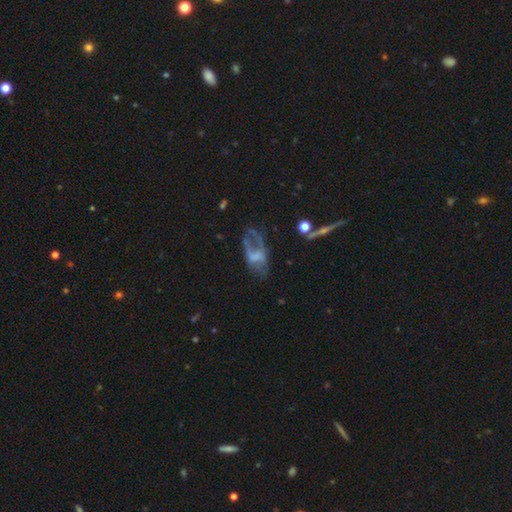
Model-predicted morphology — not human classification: Smooth or featured?
  - featured or disk: 54% *
  - smooth: 34%
  - star or artifact: 12%
Edge-on disk?
  - no: 93% *
  - yes: 7%
Bar?
  - no: 64% *
  - weak: 25%
  - strong: 10%
Spiral arms?
  - no: 67% *
  - yes: 33%
Bulge size?
  - none: 54% *
  - moderate: 18%
  - small: 16%
  - large: 9%
  - dominant: 2%
Merging?
  - major disturbance: 39% *
  - none: 35%
  - minor disturbance: 21%
  - merger: 5%